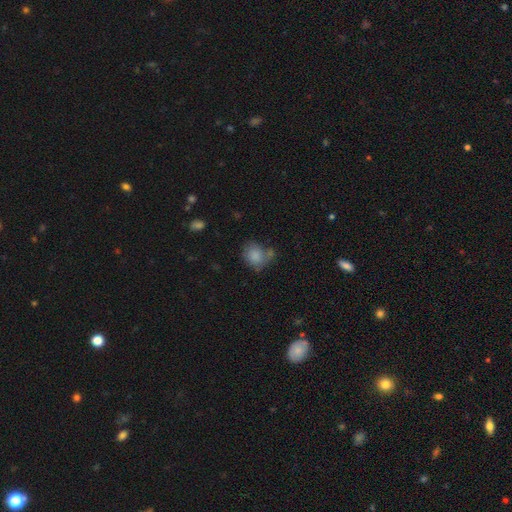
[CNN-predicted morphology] This is clearly a smooth galaxy (84%). How rounded: likely round (63%). Merging: possibly none (50%).